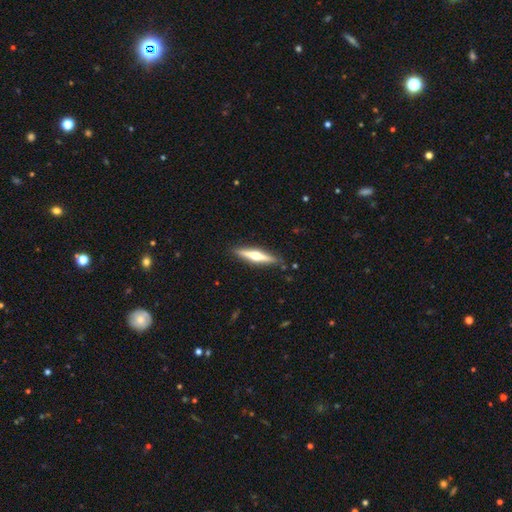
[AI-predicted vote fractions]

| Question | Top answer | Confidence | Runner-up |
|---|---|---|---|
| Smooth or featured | featured or disk | 67% | smooth (28%) |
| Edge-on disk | yes | 97% | no (3%) |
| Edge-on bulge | rounded | 94% | none (3%) |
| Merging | none | 89% | minor disturbance (8%) |